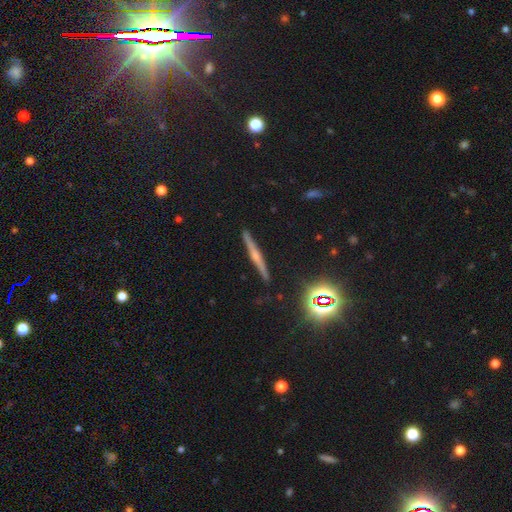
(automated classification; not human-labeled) Morphology: type=featured or disk (63%); edge-on=yes (97%); edge-on bulge=rounded (74%); merging=none (89%).